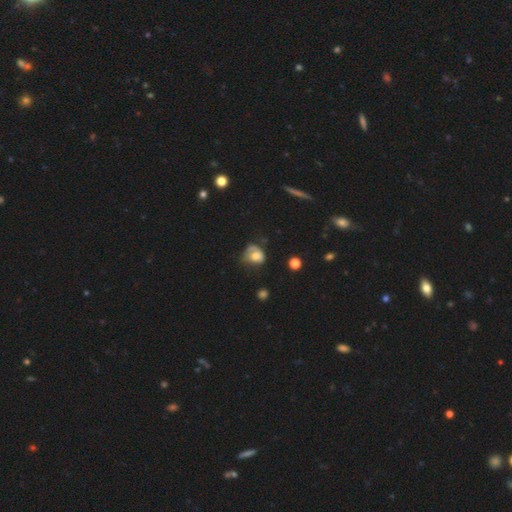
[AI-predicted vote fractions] The model was most divided on "merging": major disturbance: 33%, minor disturbance: 32%, none: 30%, merger: 5%. More confident: smooth or featured — smooth (63%); how rounded — in between (53%).